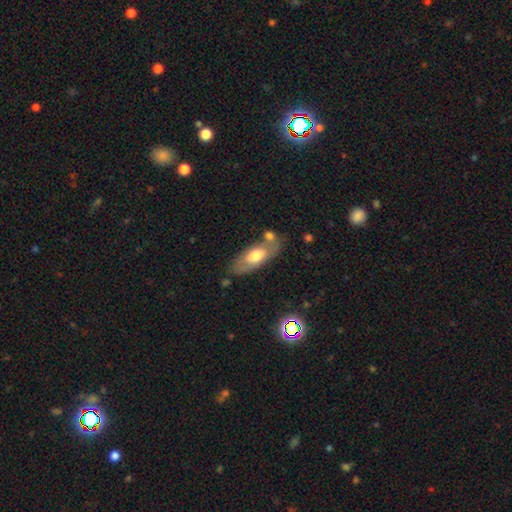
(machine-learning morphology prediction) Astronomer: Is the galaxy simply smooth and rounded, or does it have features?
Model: smooth — 61%.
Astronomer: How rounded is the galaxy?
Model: in between — 82%.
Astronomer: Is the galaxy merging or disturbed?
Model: none — 63%.